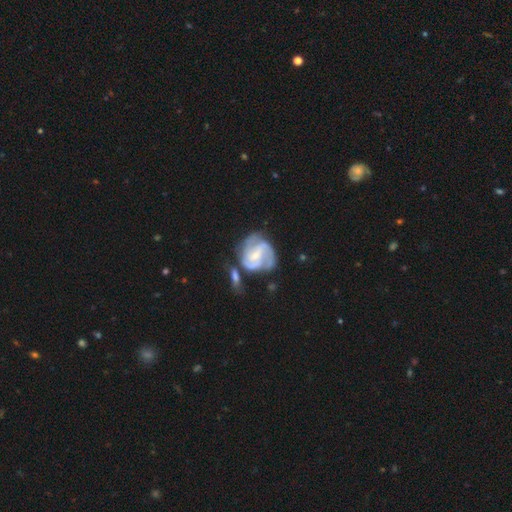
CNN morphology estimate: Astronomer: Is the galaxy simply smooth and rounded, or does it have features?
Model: featured or disk — 86%.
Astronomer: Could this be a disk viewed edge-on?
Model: no — 98%.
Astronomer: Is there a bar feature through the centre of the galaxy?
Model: weak — 47% (runner-up: no, 33%).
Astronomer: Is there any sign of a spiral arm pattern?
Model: yes — 95%.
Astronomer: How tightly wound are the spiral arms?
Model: medium — 46% (runner-up: tight, 40%).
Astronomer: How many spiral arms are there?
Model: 2 — 37% (runner-up: 3, 35%).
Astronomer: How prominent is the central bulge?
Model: small — 66%.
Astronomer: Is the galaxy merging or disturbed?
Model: none — 47%.